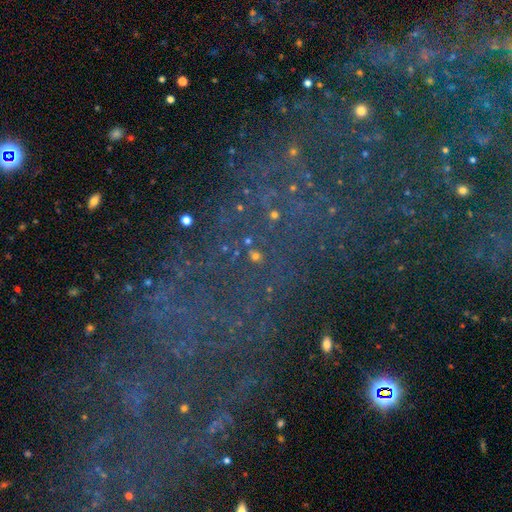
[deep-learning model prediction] Smooth or featured? star or artifact (69%)